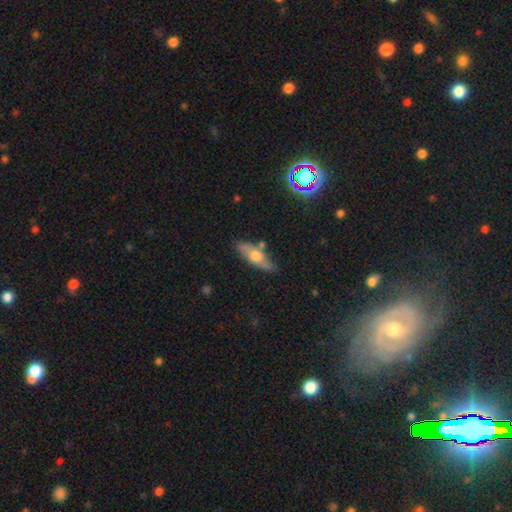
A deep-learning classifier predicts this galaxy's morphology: smooth_or_featured: smooth (p=0.52) [alt: featured or disk p=0.41]
how_rounded: in between (p=0.56) [alt: cigar-shaped p=0.41]
merging: none (p=0.76) [alt: minor disturbance p=0.15]